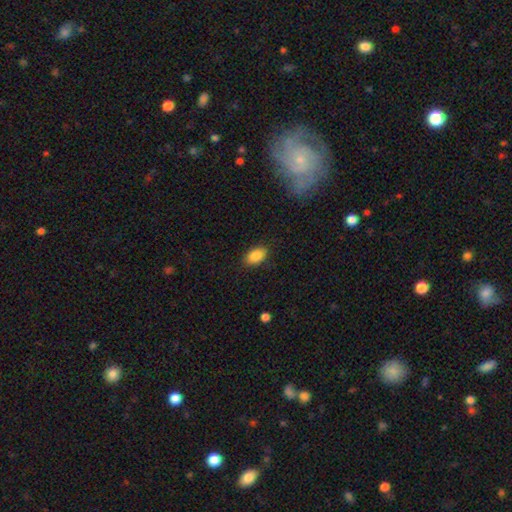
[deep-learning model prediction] Smooth or featured?
  - smooth: 88% *
  - star or artifact: 8%
  - featured or disk: 4%
How rounded?
  - in between: 90% *
  - round: 9%
  - cigar-shaped: 2%
Merging?
  - none: 86% *
  - minor disturbance: 10%
  - major disturbance: 3%
  - merger: 1%